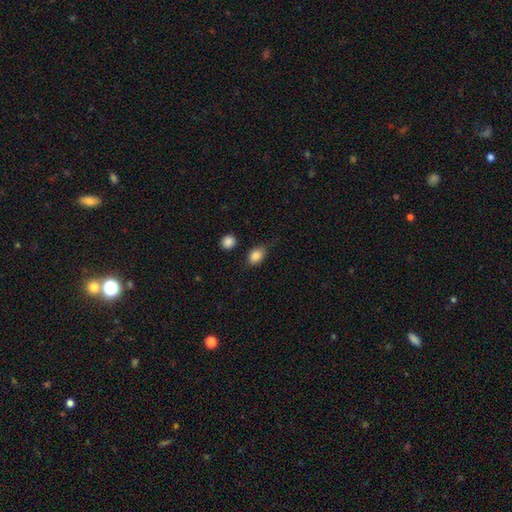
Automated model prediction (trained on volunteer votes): smooth-or-featured: smooth: 86% | star or artifact: 8% | featured or disk: 6%
  how-rounded: in between: 71% | round: 27% | cigar-shaped: 2%
  merging: none: 75% | minor disturbance: 17% | major disturbance: 4% | merger: 4%